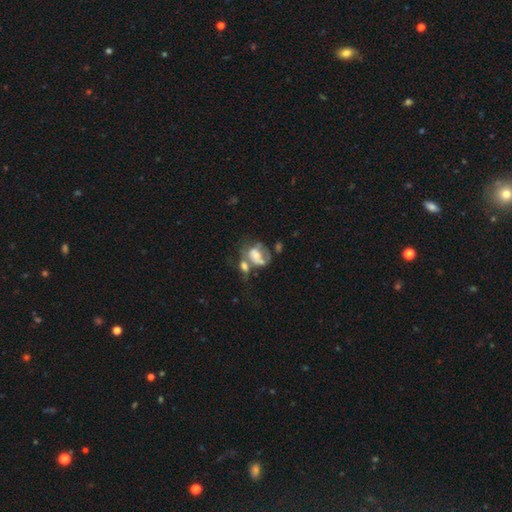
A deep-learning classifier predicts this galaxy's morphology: The model was most divided on "smooth or featured": featured or disk: 48%, smooth: 42%, star or artifact: 10%. More confident: merging — merger (51%).